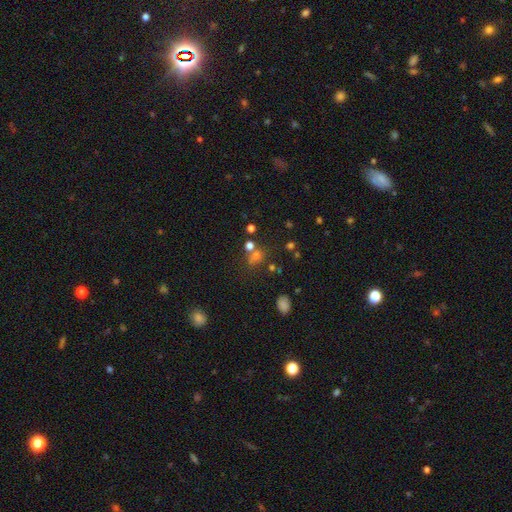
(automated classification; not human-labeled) smooth-or-featured: smooth: 51% | star or artifact: 37% | featured or disk: 11%
  how-rounded: round: 63% | in between: 35% | cigar-shaped: 2%
  merging: none: 56% | merger: 25% | minor disturbance: 12% | major disturbance: 7%